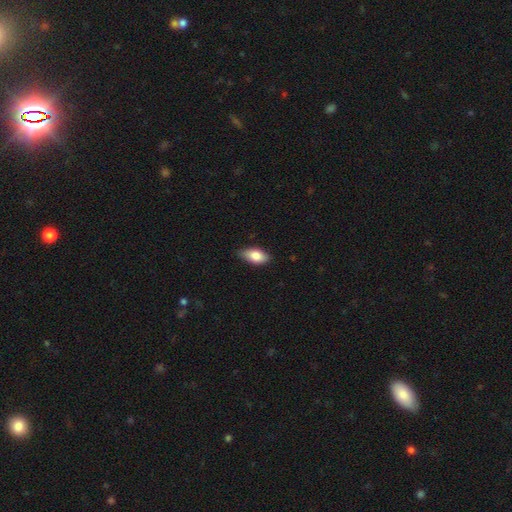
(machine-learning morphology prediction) A smooth galaxy with no disk features (81%) that is in between round and cigar-shaped (90%). Merging: none (76%).